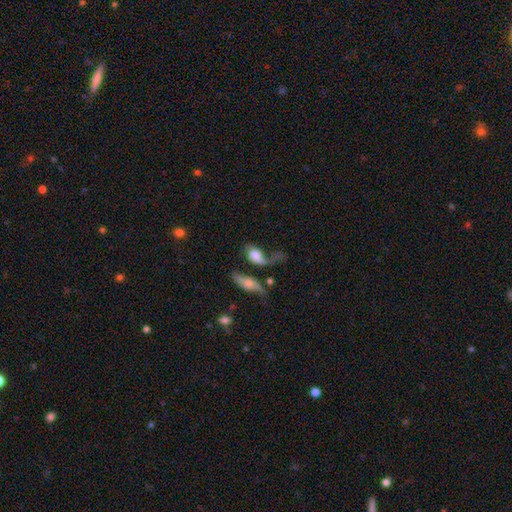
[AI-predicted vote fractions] featured or disk 46%, smooth 44%, star or artifact 9%. Down the decision tree: merging — major disturbance (37%).